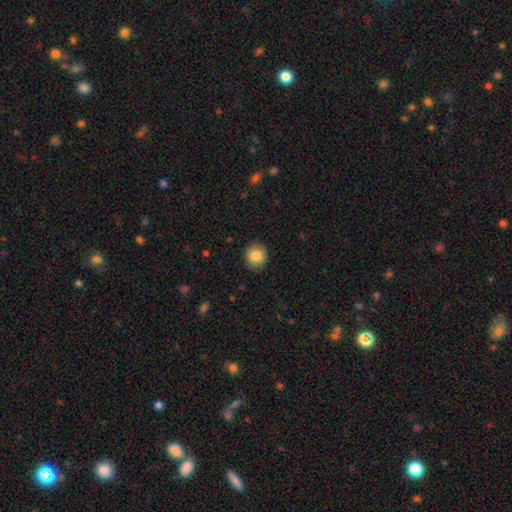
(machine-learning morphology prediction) Smooth or featured? Predicted: smooth (p=0.84). How rounded? Predicted: round (p=0.85). Merging? Predicted: none (p=0.90).